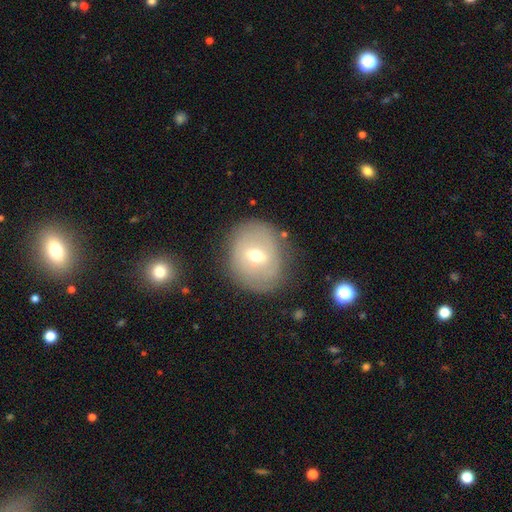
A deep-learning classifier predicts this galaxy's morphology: The model was most divided on "smooth or featured": featured or disk: 46%, smooth: 45%, star or artifact: 9%. More confident: merging — none (76%).